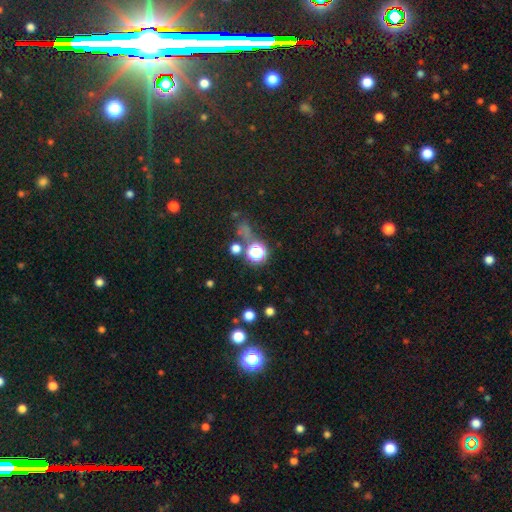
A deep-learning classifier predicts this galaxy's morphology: Smooth or featured? Predicted: star or artifact (p=0.57).